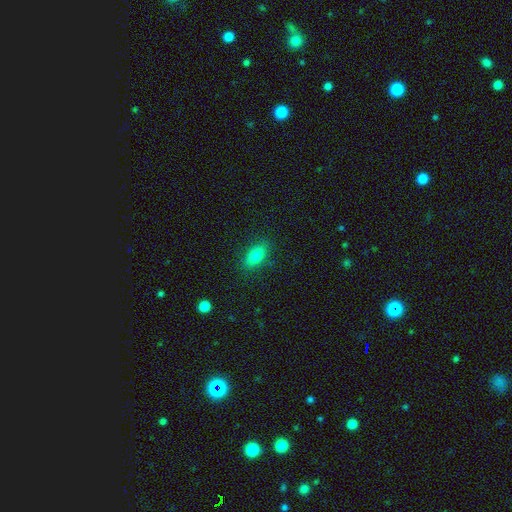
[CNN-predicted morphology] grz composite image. It shows a smooth galaxy with no disk features (82%) that is in between round and cigar-shaped (85%). Merging: none (86%).